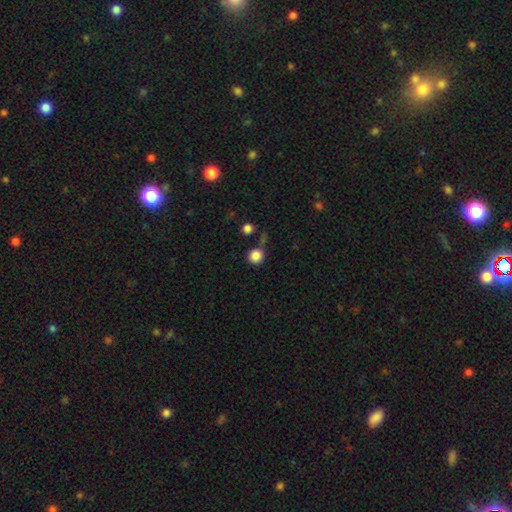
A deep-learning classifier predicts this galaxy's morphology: smooth_or_featured: smooth (p=0.86) [alt: star or artifact p=0.10]
how_rounded: round (p=0.93) [alt: in between p=0.06]
merging: none (p=0.72) [alt: merger p=0.12]